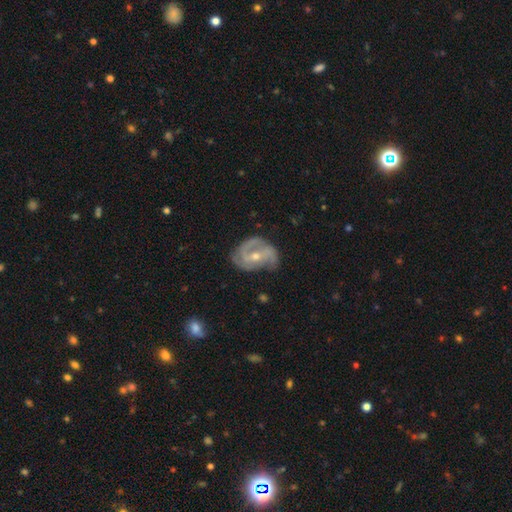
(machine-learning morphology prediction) A featured or disk galaxy (83%) with a weak bar (43%), 2 (51%) medium (47%) spiral arms (92%) and a moderate central bulge (52%).

Vote fractions:
- Smooth or featured? featured or disk: 83% / smooth: 11% / star or artifact: 6%
- Edge-on disk? no: 97% / yes: 3%
- Bar? weak: 43% / no: 36% / strong: 21%
- Spiral arms? yes: 92% / no: 8%
- Spiral winding? medium: 47% / tight: 32% / loose: 21%
- Spiral arm count? 2: 51% / 3: 24% / can't tell: 14% / 1: 5% / 4: 3% / more than 4: 3%
- Bulge size? moderate: 52% / small: 44% / large: 1% / none: 1% / dominant: 1%
- Merging? none: 58% / minor disturbance: 27% / major disturbance: 14% / merger: 2%